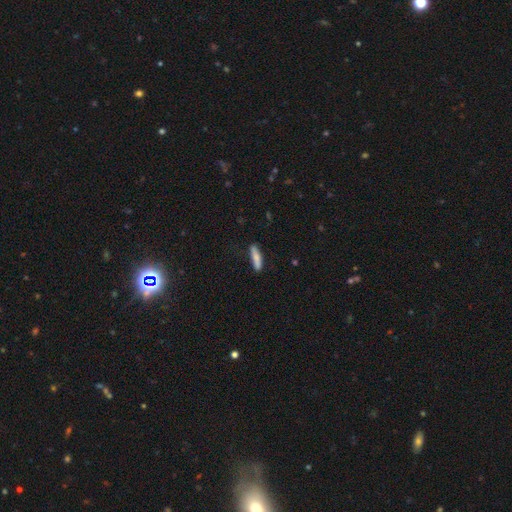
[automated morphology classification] Smooth or featured?
  - smooth: 79% *
  - featured or disk: 15%
  - star or artifact: 6%
How rounded?
  - cigar-shaped: 81% *
  - in between: 17%
  - round: 2%
Merging?
  - none: 82% *
  - minor disturbance: 14%
  - major disturbance: 2%
  - merger: 2%